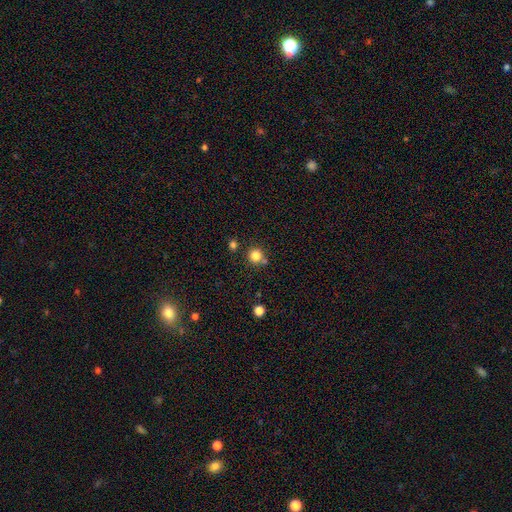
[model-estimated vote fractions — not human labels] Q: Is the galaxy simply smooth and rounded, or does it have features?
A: smooth — 82%.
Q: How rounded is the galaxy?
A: round — 94%.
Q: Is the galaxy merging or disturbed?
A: none — 75%.